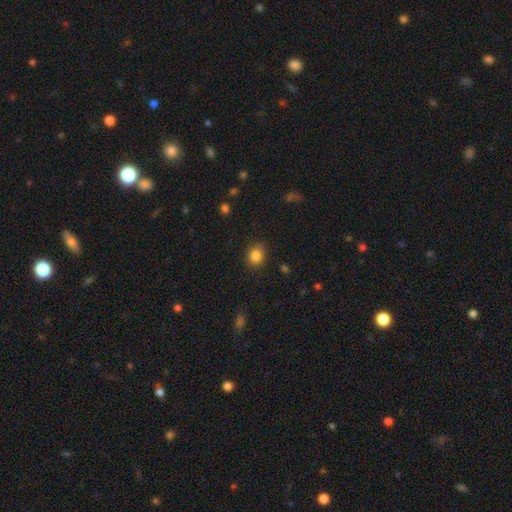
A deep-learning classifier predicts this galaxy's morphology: Smooth or featured? Predicted: smooth (p=0.85). How rounded? Predicted: round (p=0.63). Merging? Predicted: none (p=0.82).